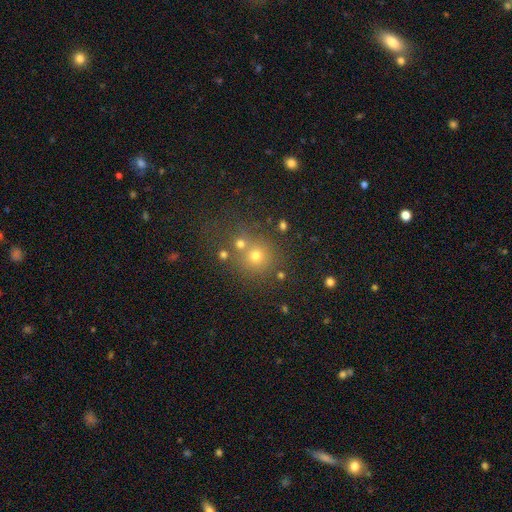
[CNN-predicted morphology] smooth_or_featured: smooth (p=0.66) [alt: star or artifact p=0.23]
how_rounded: round (p=0.90) [alt: in between p=0.10]
merging: none (p=0.66) [alt: merger p=0.20]